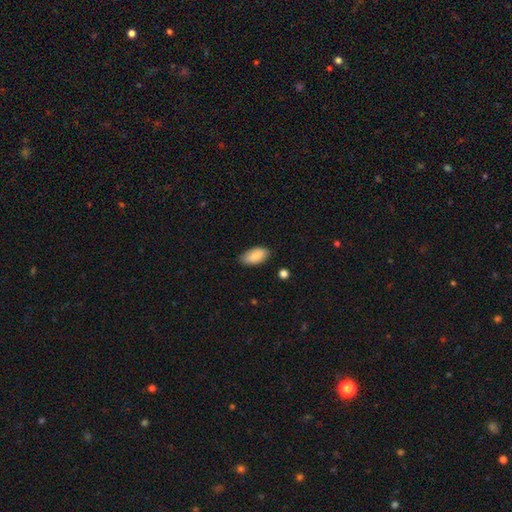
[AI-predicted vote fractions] Morphology: type=smooth (87%); roundness=in between (93%); merging=none (79%).